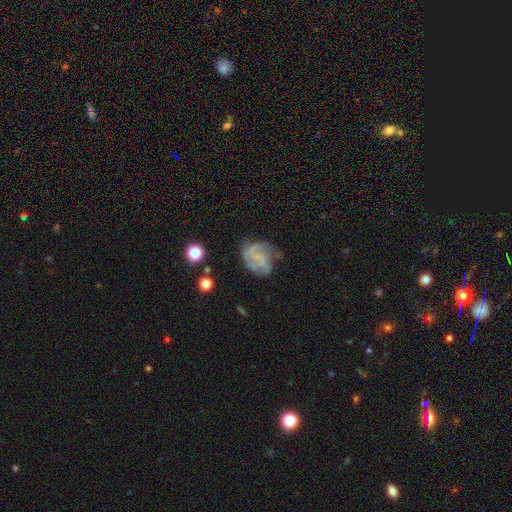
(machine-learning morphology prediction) This appears to be a featured or disk galaxy (66%) with no bar (58%), 2 (36%) medium (39%) spiral arms (78%) and no central bulge (67%). Merging: none (54%).